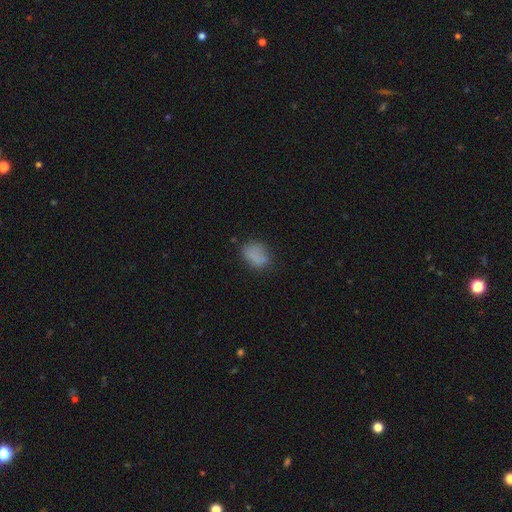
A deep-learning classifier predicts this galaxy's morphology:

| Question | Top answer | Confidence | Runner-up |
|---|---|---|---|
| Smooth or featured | smooth | 78% | star or artifact (12%) |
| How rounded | in between | 67% | round (31%) |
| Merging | none | 63% | minor disturbance (24%) |